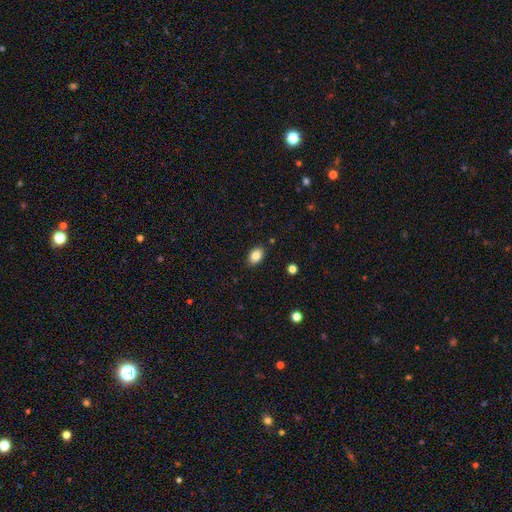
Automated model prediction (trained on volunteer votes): A smooth galaxy with no disk features (85%) that is in between round and cigar-shaped (85%).

Vote fractions:
- Smooth or featured? smooth: 85% / star or artifact: 8% / featured or disk: 6%
- How rounded? in between: 85% / round: 14% / cigar-shaped: 1%
- Merging? none: 89% / minor disturbance: 8% / major disturbance: 2% / merger: 1%